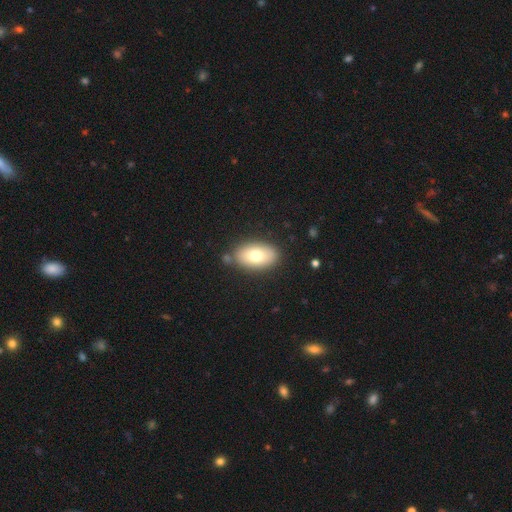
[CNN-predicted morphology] Smooth or featured? Predicted: smooth (p=0.73). How rounded? Predicted: in between (p=0.91). Merging? Predicted: none (p=0.81).